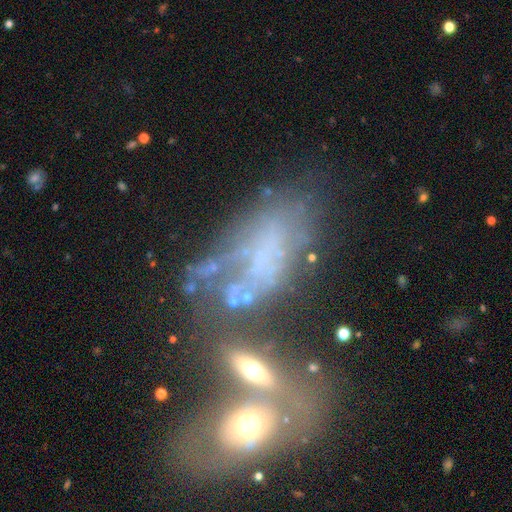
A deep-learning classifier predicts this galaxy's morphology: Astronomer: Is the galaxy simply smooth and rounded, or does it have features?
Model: featured or disk — 54% (runner-up: smooth, 29%).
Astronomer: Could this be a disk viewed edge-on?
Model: no — 91%.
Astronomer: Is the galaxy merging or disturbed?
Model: merger — 42% (runner-up: none, 22%).